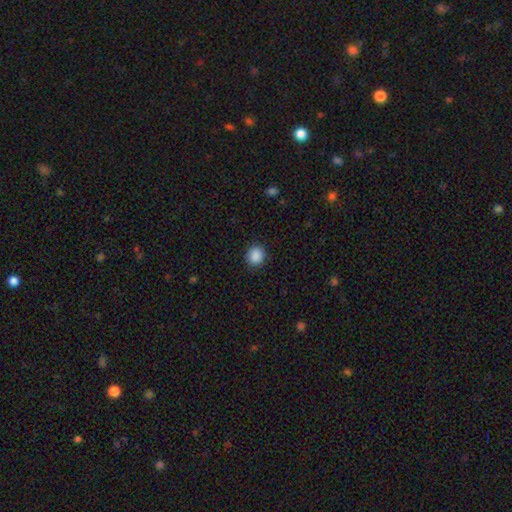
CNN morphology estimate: This appears to be a smooth galaxy with no disk features (89%) that is round (86%). Merging: none (90%).